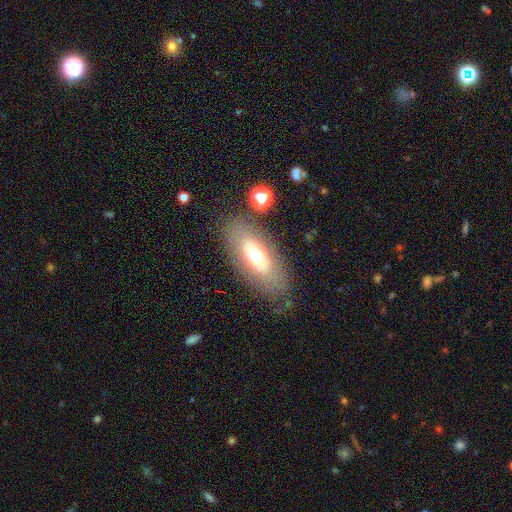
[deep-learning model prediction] Smooth or featured?
  - smooth: 59% *
  - featured or disk: 31%
  - star or artifact: 9%
How rounded?
  - in between: 84% *
  - cigar-shaped: 12%
  - round: 5%
Merging?
  - none: 79% *
  - minor disturbance: 12%
  - major disturbance: 5%
  - merger: 3%